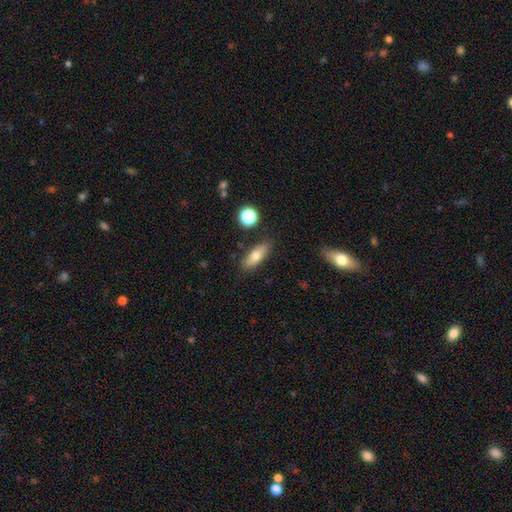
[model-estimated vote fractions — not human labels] This is likely a smooth galaxy (71%). How rounded: likely in between (65%). Merging: clearly none (84%).